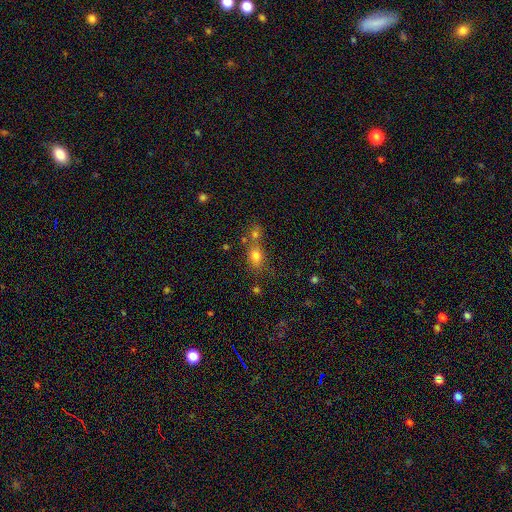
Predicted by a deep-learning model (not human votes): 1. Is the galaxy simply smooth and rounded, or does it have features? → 73% smooth, 16% star or artifact, 12% featured or disk.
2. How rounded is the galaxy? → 54% in between, 42% round, 4% cigar-shaped.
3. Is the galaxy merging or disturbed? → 47% none, 34% merger, 13% minor disturbance, 7% major disturbance.